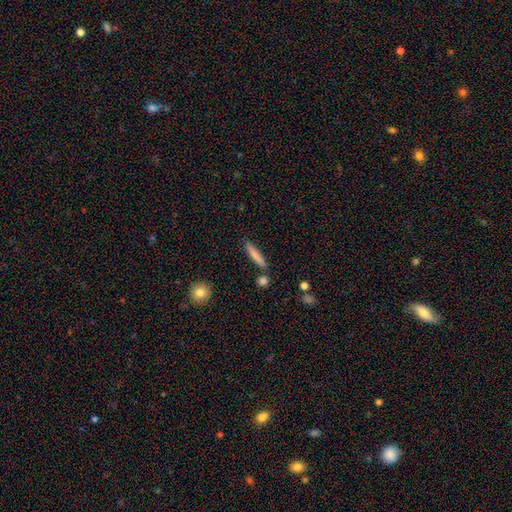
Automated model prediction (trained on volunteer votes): Smooth or featured?
  - smooth: 75% *
  - featured or disk: 19%
  - star or artifact: 7%
How rounded?
  - cigar-shaped: 90% *
  - in between: 8%
  - round: 2%
Merging?
  - none: 84% *
  - minor disturbance: 9%
  - merger: 5%
  - major disturbance: 2%